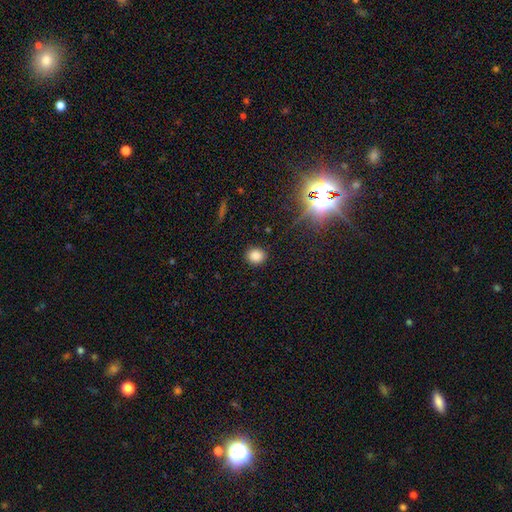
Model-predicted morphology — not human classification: Smooth or featured: smooth — 82% (star or artifact — 13%)
How rounded: round — 76% (in between — 22%)
Merging: none — 89% (minor disturbance — 7%)